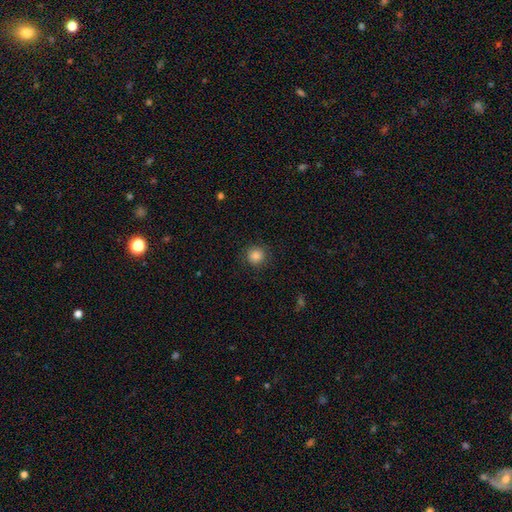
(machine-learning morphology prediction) A smooth galaxy with no disk features (85%) that is round (93%).

Vote fractions:
- Smooth or featured? smooth: 85% / star or artifact: 10% / featured or disk: 5%
- How rounded? round: 93% / in between: 6% / cigar-shaped: 1%
- Merging? none: 88% / minor disturbance: 8% / major disturbance: 3% / merger: 1%